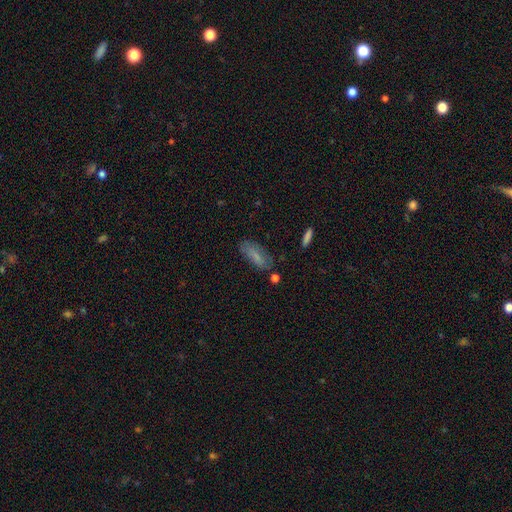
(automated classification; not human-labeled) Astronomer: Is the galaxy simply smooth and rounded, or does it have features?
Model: smooth — 73%.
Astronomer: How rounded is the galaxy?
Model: in between — 64%.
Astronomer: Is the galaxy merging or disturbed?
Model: none — 64%.